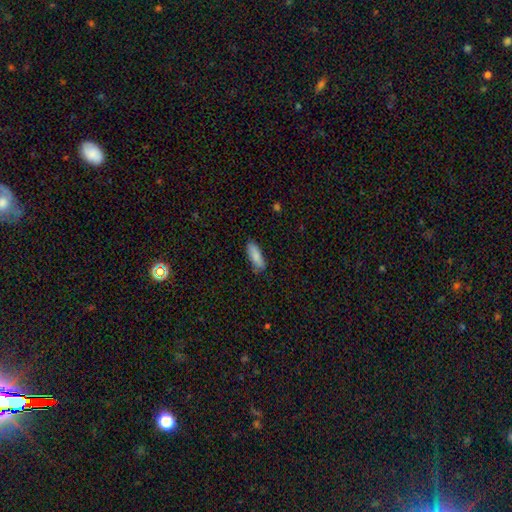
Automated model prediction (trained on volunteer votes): The model was most divided on "how rounded": in between: 63%, cigar-shaped: 35%, round: 2%. More confident: smooth or featured — smooth (86%); merging — none (78%).